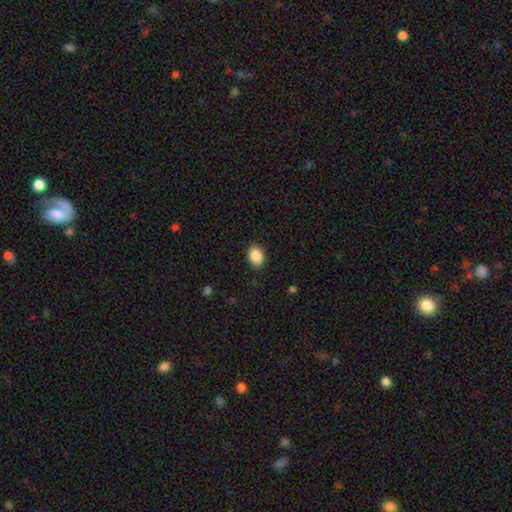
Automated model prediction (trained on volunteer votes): The model was most divided on "how rounded": in between: 71%, round: 28%, cigar-shaped: 1%. More confident: smooth or featured — smooth (87%); merging — none (87%).